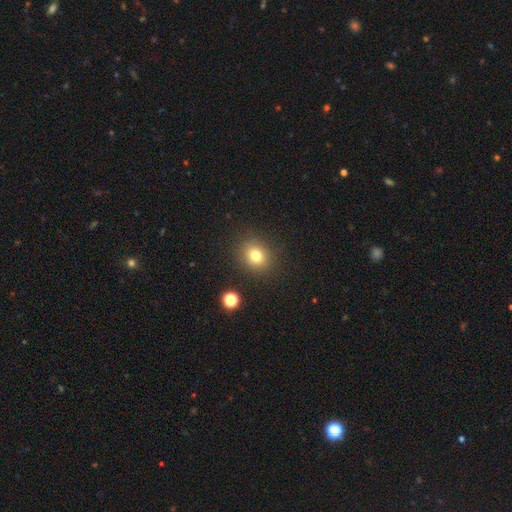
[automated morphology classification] This is likely a smooth galaxy (78%). How rounded: likely round (74%). Merging: clearly none (87%).